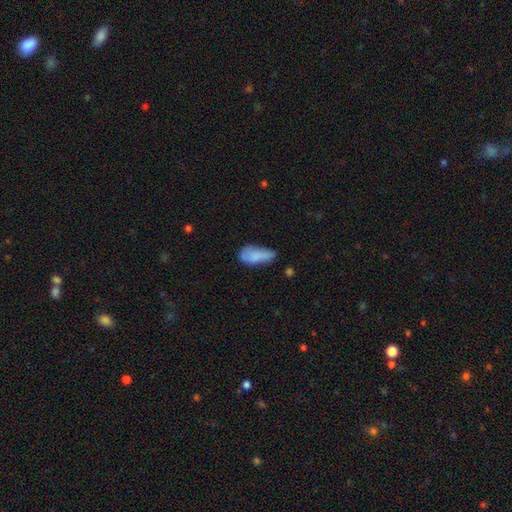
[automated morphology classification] smooth-or-featured: smooth: 76% | featured or disk: 16% | star or artifact: 8%
  how-rounded: in between: 84% | cigar-shaped: 13% | round: 3%
  merging: none: 40% | minor disturbance: 37% | major disturbance: 17% | merger: 6%